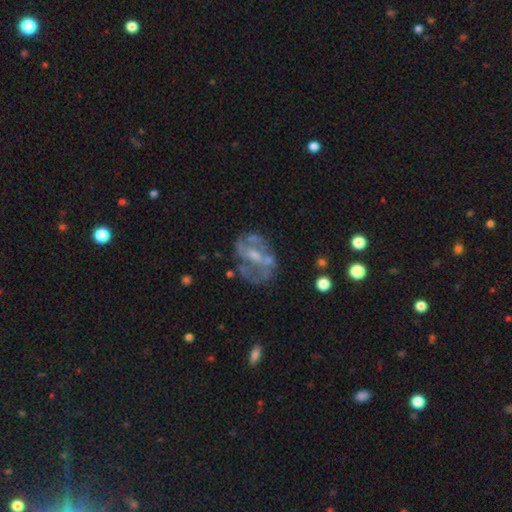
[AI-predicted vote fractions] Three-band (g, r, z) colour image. It shows a featured or disk galaxy (72%) with no bar (47%), no spiral arms (59%) and a moderate central bulge (38%). Merging: none (50%).